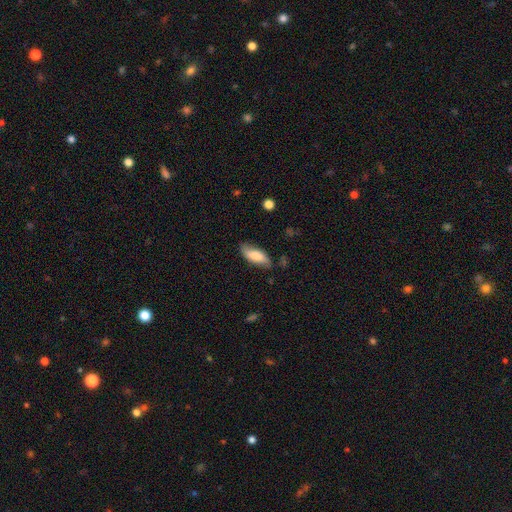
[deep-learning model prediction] smooth-or-featured: smooth: 69% | featured or disk: 25% | star or artifact: 6%
  how-rounded: in between: 77% | cigar-shaped: 21% | round: 2%
  merging: none: 73% | minor disturbance: 20% | major disturbance: 4% | merger: 2%